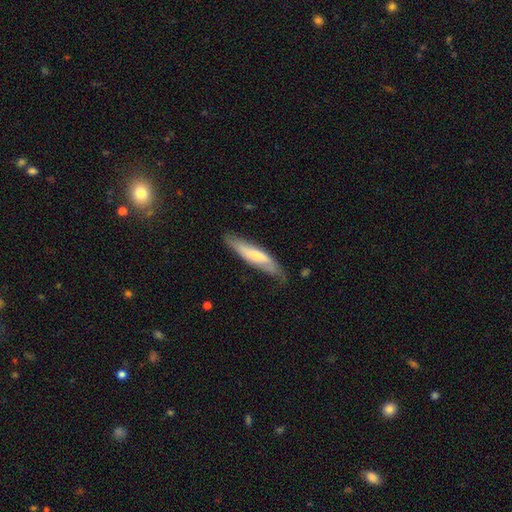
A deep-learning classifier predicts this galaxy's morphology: This appears to be a smooth galaxy with no disk features (48%). Merging: none (68%).